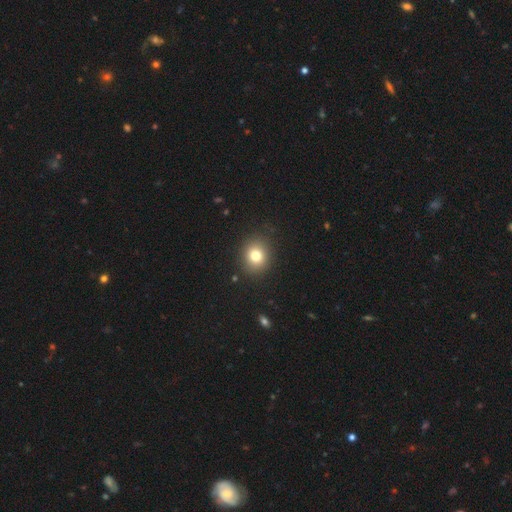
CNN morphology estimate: A smooth galaxy with no disk features (78%) that is round (72%). Merging: none (88%).